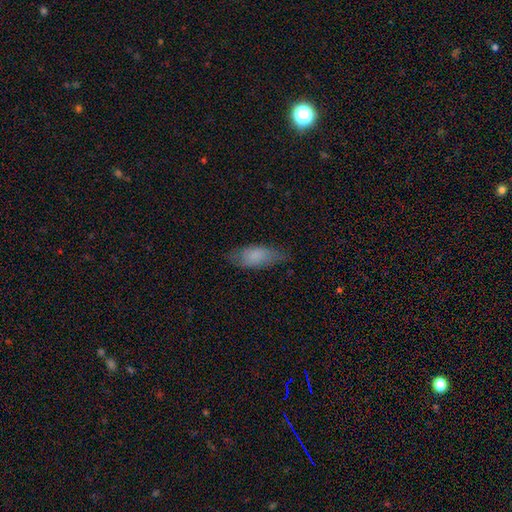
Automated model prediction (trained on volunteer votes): Smooth or featured?
  - smooth: 76% *
  - featured or disk: 16%
  - star or artifact: 7%
How rounded?
  - in between: 78% *
  - cigar-shaped: 19%
  - round: 2%
Merging?
  - none: 67% *
  - minor disturbance: 24%
  - major disturbance: 7%
  - merger: 1%